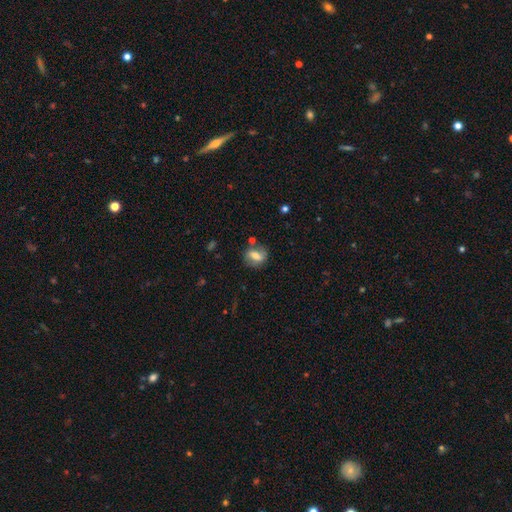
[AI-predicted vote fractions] smooth 57%, featured or disk 35%, star or artifact 9%. Down the decision tree: how rounded — in between (52%); merging — none (72%).